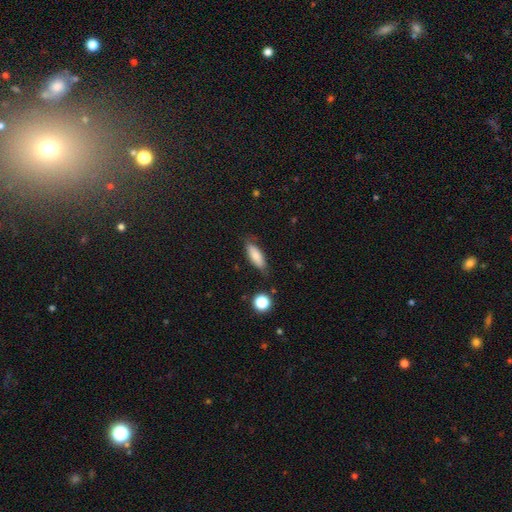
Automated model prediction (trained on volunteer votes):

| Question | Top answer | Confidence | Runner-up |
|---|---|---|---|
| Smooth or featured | smooth | 80% | featured or disk (12%) |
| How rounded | in between | 64% | cigar-shaped (34%) |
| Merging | none | 74% | minor disturbance (19%) |